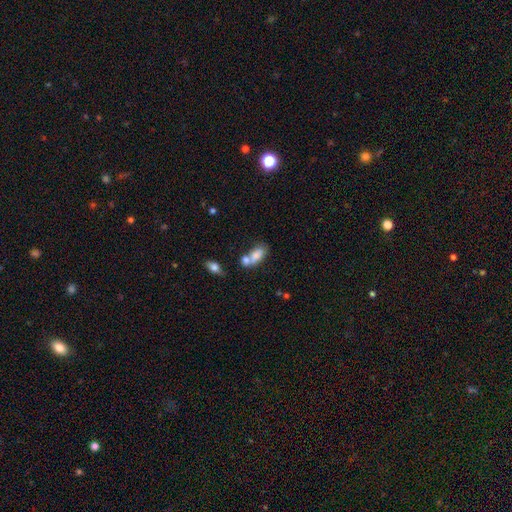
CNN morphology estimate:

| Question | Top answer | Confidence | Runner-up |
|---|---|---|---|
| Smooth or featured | smooth | 77% | featured or disk (14%) |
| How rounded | in between | 87% | cigar-shaped (8%) |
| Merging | merger | 48% | none (33%) |